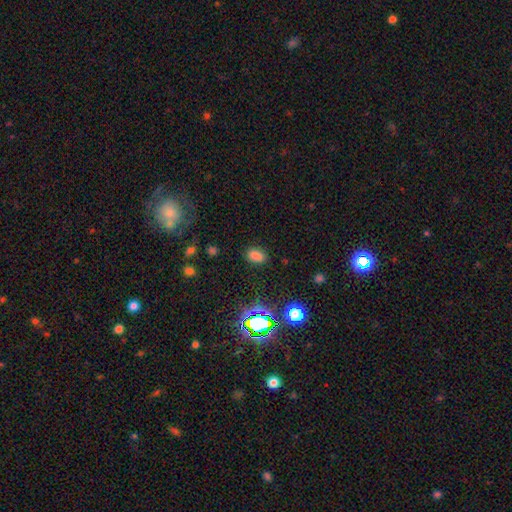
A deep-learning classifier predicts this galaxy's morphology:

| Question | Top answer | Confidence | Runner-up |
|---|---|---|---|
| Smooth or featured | smooth | 76% | star or artifact (19%) |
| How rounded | in between | 86% | round (13%) |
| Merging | none | 85% | minor disturbance (10%) |